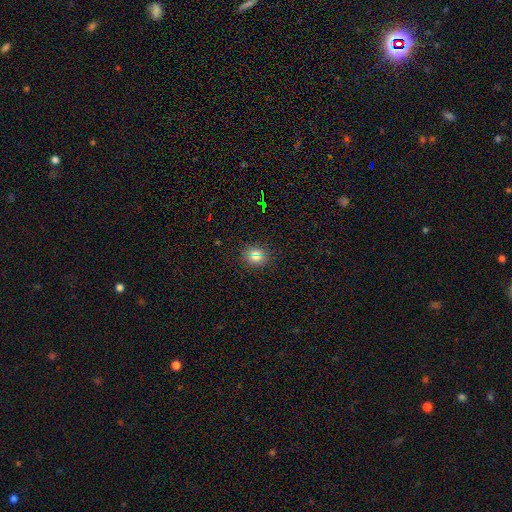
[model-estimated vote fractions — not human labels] The model was most divided on "smooth or featured": smooth: 66%, star or artifact: 25%, featured or disk: 8%. More confident: merging — none (88%); how rounded — round (78%).